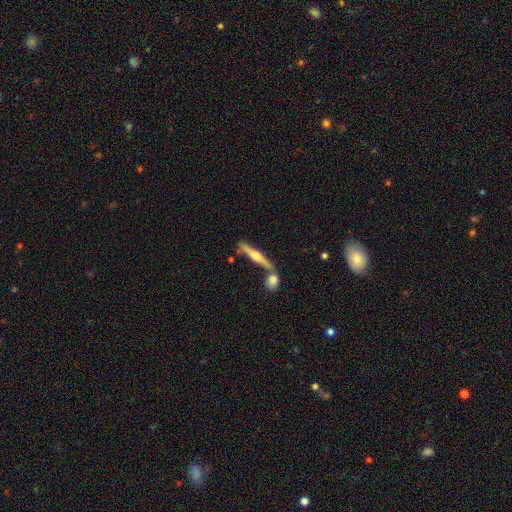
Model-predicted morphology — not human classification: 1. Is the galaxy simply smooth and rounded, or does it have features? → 69% featured or disk, 25% smooth, 6% star or artifact.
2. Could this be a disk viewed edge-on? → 97% yes, 3% no.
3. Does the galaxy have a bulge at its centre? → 93% rounded, 4% none, 4% boxy.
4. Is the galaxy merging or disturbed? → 68% none, 19% merger, 10% minor disturbance, 3% major disturbance.